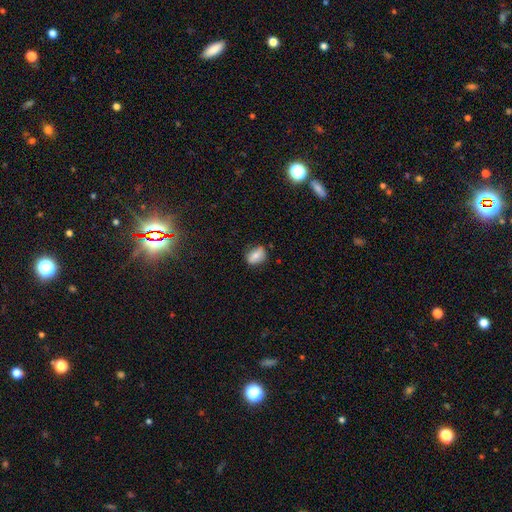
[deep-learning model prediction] smooth 71%, featured or disk 20%, star or artifact 9%. Down the decision tree: how rounded — in between (67%); merging — none (76%).